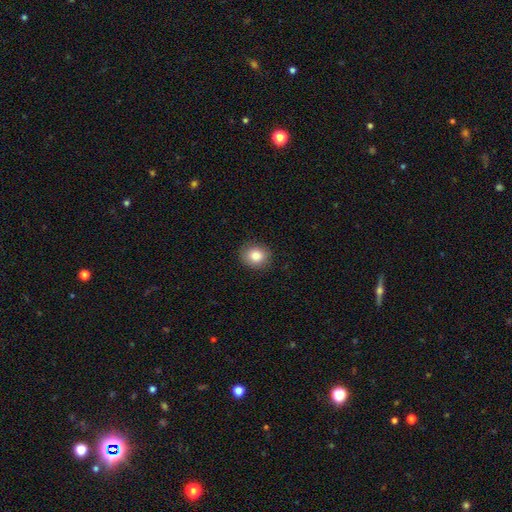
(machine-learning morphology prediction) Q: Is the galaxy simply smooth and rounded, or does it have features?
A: smooth — 84%.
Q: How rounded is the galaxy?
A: round — 70%.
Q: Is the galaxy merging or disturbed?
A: none — 88%.